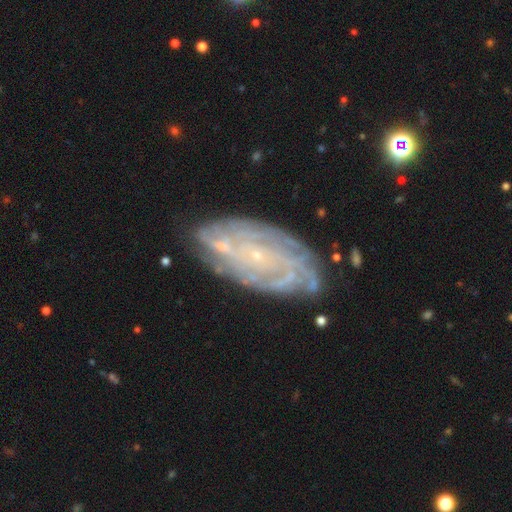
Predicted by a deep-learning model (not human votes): Morphology: type=featured or disk (83%); edge-on=no (94%); bar=no (73%); spiral arms=yes (95%); winding=tight (75%); arm count=can't tell (34%); bulge=small (86%); merging=none (76%).